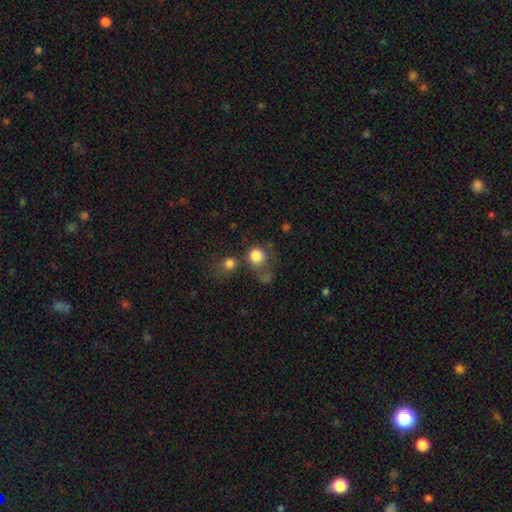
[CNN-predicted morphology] smooth_or_featured: smooth (p=0.81) [alt: star or artifact p=0.11]
how_rounded: round (p=0.86) [alt: in between p=0.13]
merging: none (p=0.46) [alt: merger p=0.28]